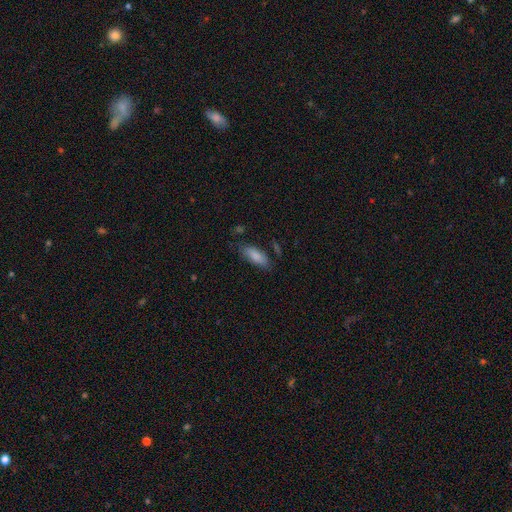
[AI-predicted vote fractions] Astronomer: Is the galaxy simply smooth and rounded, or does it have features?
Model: smooth — 84%.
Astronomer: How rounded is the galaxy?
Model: in between — 74%.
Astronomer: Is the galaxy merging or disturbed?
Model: none — 74%.